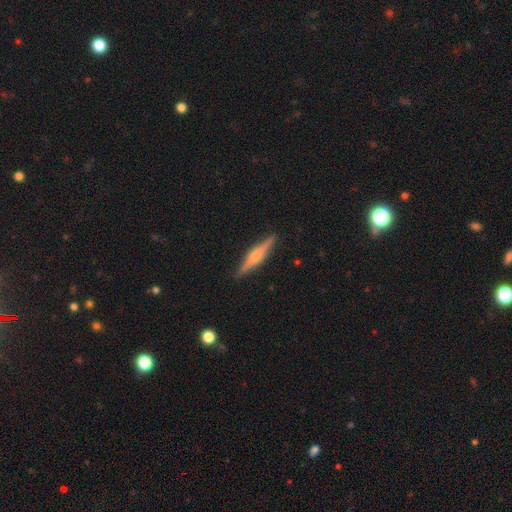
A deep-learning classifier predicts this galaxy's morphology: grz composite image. It shows a featured or disk galaxy (66%) viewed edge-on (97%) with a rounded central bulge (78%). Merging: none (90%).